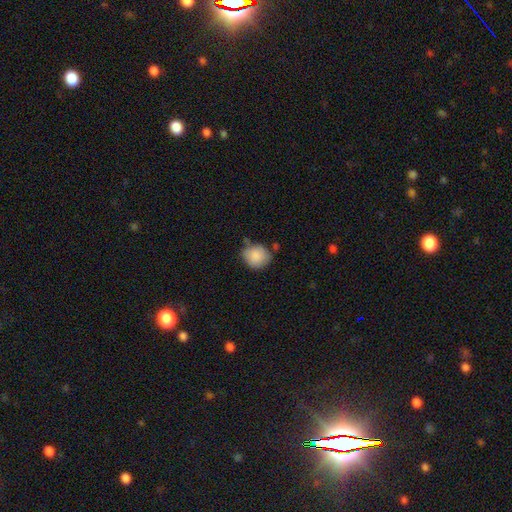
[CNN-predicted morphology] A smooth galaxy with no disk features (87%) that is round (81%).

Vote fractions:
- Smooth or featured? smooth: 87% / star or artifact: 7% / featured or disk: 6%
- How rounded? round: 81% / in between: 18% / cigar-shaped: 1%
- Merging? none: 64% / minor disturbance: 24% / merger: 6% / major disturbance: 5%